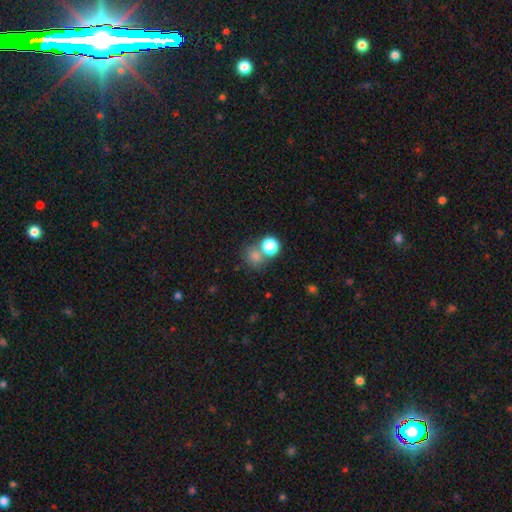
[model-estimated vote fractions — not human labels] Smooth or featured? Predicted: smooth (p=0.76). How rounded? Predicted: round (p=0.79). Merging? Predicted: none (p=0.52).